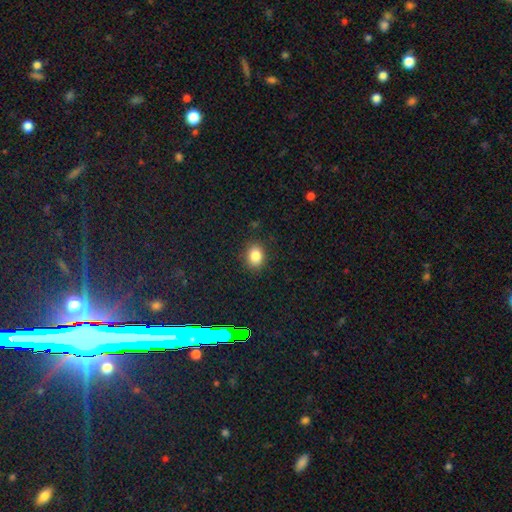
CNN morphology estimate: This is clearly a smooth galaxy (84%). How rounded: possibly in between (55%). Merging: clearly none (87%).